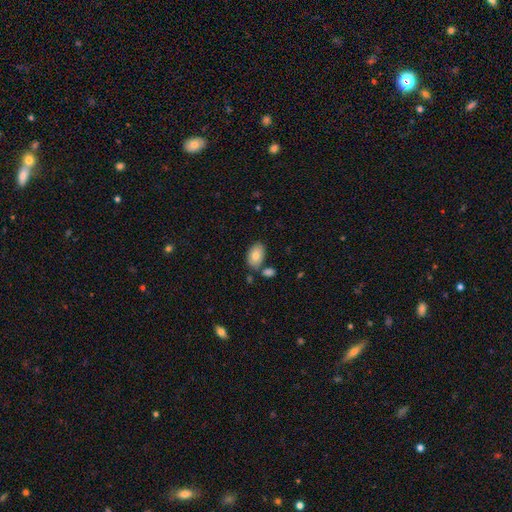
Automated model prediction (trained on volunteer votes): Smooth or featured?
  - smooth: 80% *
  - featured or disk: 13%
  - star or artifact: 7%
How rounded?
  - in between: 90% *
  - round: 8%
  - cigar-shaped: 1%
Merging?
  - none: 69% *
  - minor disturbance: 15%
  - merger: 13%
  - major disturbance: 3%